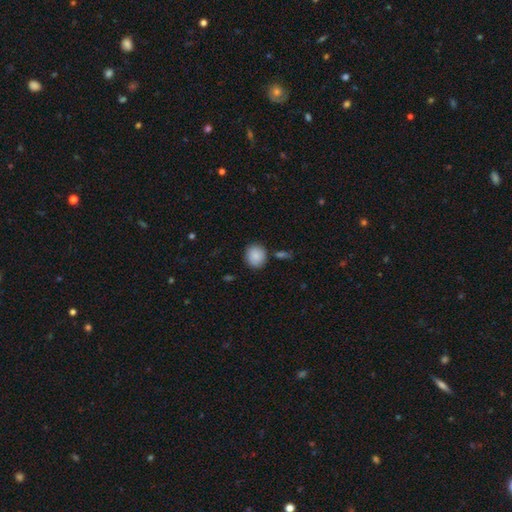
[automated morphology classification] This is clearly a smooth galaxy (88%). How rounded: clearly round (84%). Merging: clearly none (83%).